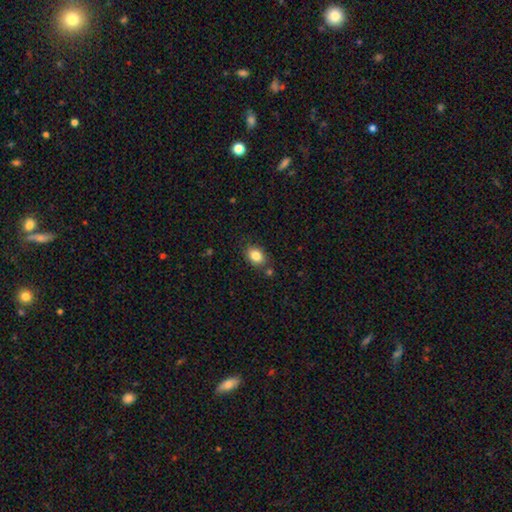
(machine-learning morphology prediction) Smooth or featured?
  - smooth: 85% *
  - star or artifact: 9%
  - featured or disk: 7%
How rounded?
  - in between: 70% *
  - round: 29%
  - cigar-shaped: 1%
Merging?
  - none: 80% *
  - minor disturbance: 12%
  - merger: 5%
  - major disturbance: 3%